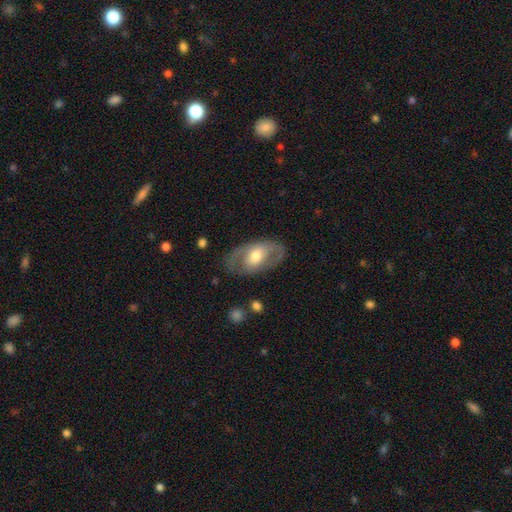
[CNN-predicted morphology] A featured or disk galaxy (56%) with no bar (54%), no spiral arms (56%) and a moderate central bulge (65%).

Vote fractions:
- Smooth or featured? featured or disk: 56% / smooth: 38% / star or artifact: 6%
- Edge-on disk? no: 89% / yes: 11%
- Bar? no: 54% / weak: 33% / strong: 14%
- Spiral arms? no: 56% / yes: 44%
- Bulge size? moderate: 65% / large: 19% / small: 13% / dominant: 1% / none: 1%
- Merging? none: 77% / minor disturbance: 15% / major disturbance: 7% / merger: 1%